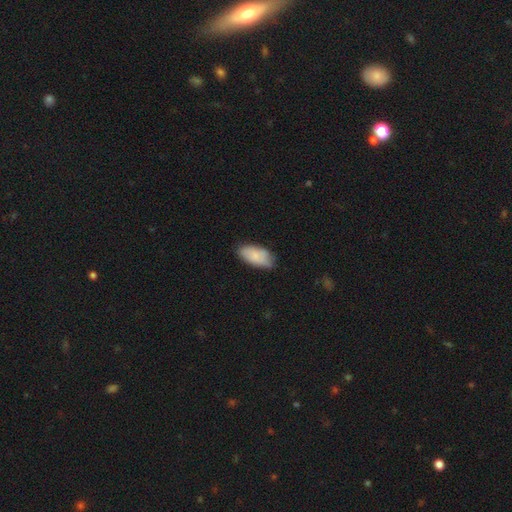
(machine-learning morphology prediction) Smooth or featured?
  - smooth: 80% *
  - featured or disk: 14%
  - star or artifact: 6%
How rounded?
  - in between: 92% *
  - cigar-shaped: 5%
  - round: 2%
Merging?
  - none: 70% *
  - minor disturbance: 25%
  - major disturbance: 4%
  - merger: 1%